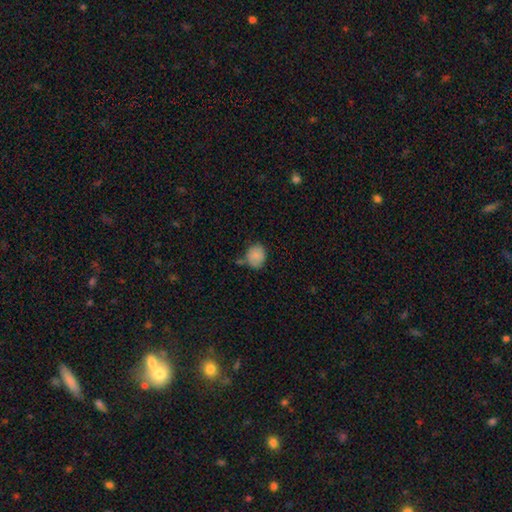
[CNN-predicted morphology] smooth 84%, star or artifact 8%, featured or disk 8%. Down the decision tree: how rounded — round (62%); merging — none (60%).